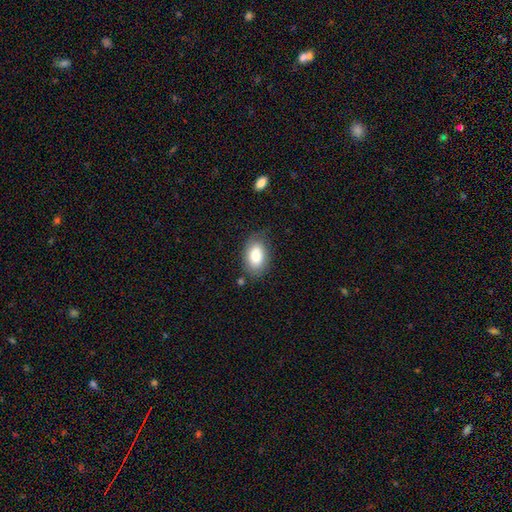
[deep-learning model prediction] Smooth or featured? smooth (84%)
How rounded? in between (91%)
Merging? none (74%)